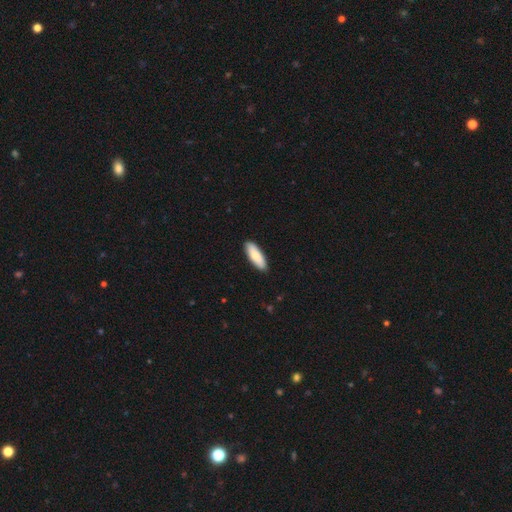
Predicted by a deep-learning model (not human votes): This appears to be a smooth galaxy with no disk features (80%) that is in between round and cigar-shaped (60%). Merging: none (90%).